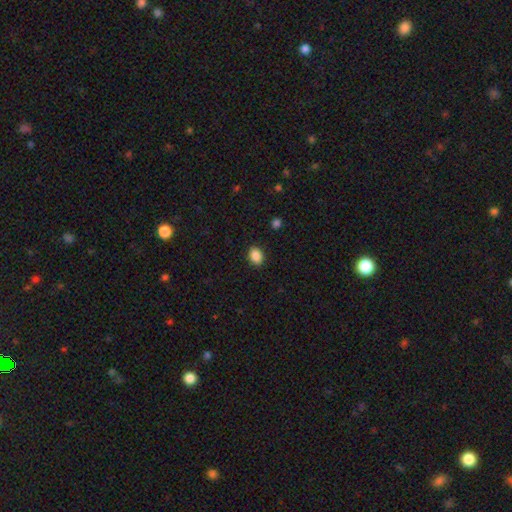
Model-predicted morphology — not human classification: smooth-or-featured: smooth: 88% | star or artifact: 9% | featured or disk: 3%
  how-rounded: in between: 66% | round: 33% | cigar-shaped: 1%
  merging: none: 89% | minor disturbance: 8% | major disturbance: 2% | merger: 1%